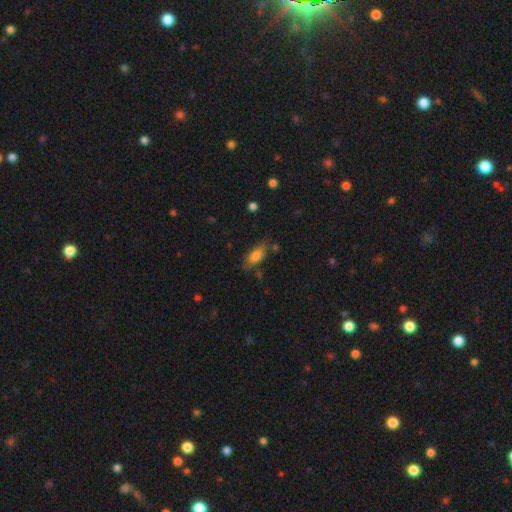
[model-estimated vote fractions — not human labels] The model was most divided on "merging": none: 70%, minor disturbance: 20%, major disturbance: 5%, merger: 5%. More confident: smooth or featured — smooth (78%); how rounded — in between (76%).